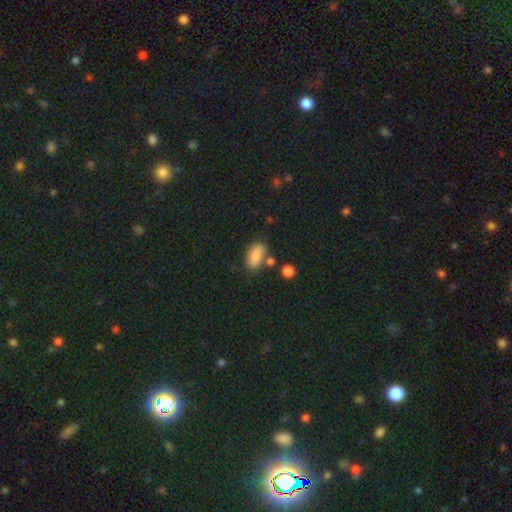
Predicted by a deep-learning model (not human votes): smooth 81%, featured or disk 10%, star or artifact 9%. Down the decision tree: how rounded — in between (85%); merging — none (67%).